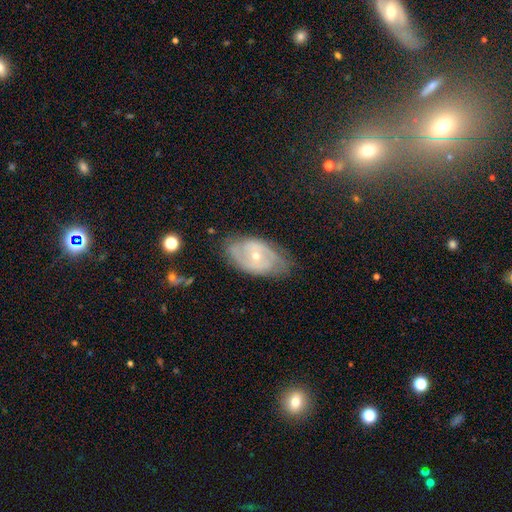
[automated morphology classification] A featured or disk galaxy (79%) with no bar (63%), 2 (63%) tight (53%) spiral arms (88%) and a small central bulge (62%).

Vote fractions:
- Smooth or featured? featured or disk: 79% / smooth: 14% / star or artifact: 6%
- Edge-on disk? no: 95% / yes: 5%
- Bar? no: 63% / weak: 30% / strong: 7%
- Spiral arms? yes: 88% / no: 12%
- Spiral winding? tight: 53% / medium: 36% / loose: 11%
- Spiral arm count? 2: 63% / can't tell: 22% / 3: 8% / 1: 3% / 4: 2% / more than 4: 2%
- Bulge size? small: 62% / moderate: 35% / large: 1% / none: 1% / dominant: 1%
- Merging? none: 73% / minor disturbance: 20% / major disturbance: 6% / merger: 1%